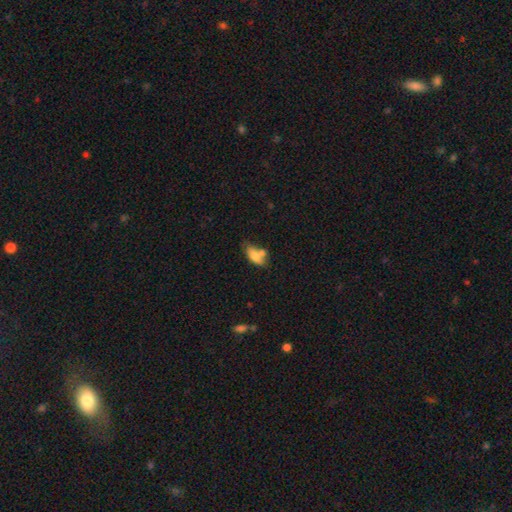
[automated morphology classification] Smooth or featured? Predicted: smooth (p=0.74). How rounded? Predicted: in between (p=0.84). Merging? Predicted: none (p=0.42).